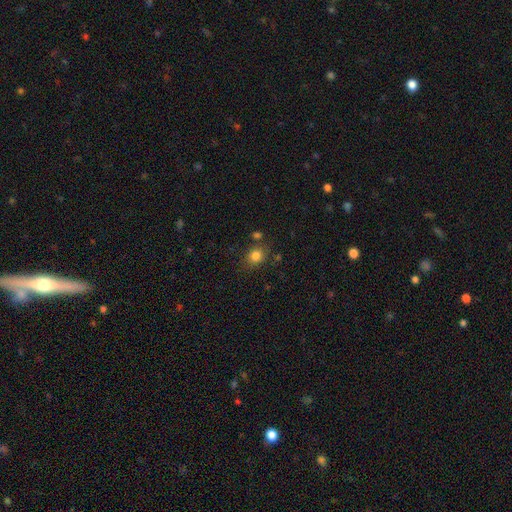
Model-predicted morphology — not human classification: Overall: smooth (81%). How rounded: round (67%; in between 32%). Merging: none (76%).